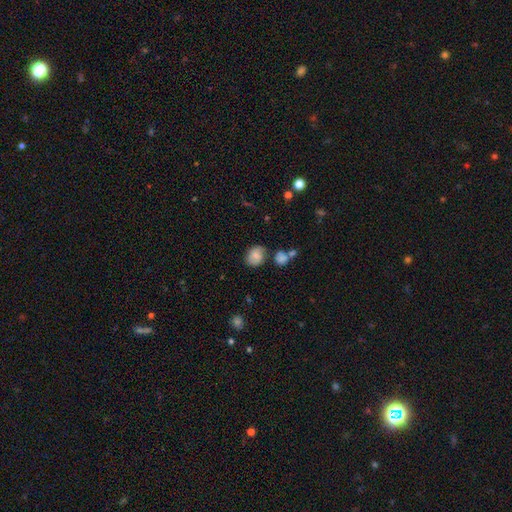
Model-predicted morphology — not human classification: This appears to be a smooth galaxy with no disk features (69%) that is in between round and cigar-shaped (51%). Merging: none (66%).